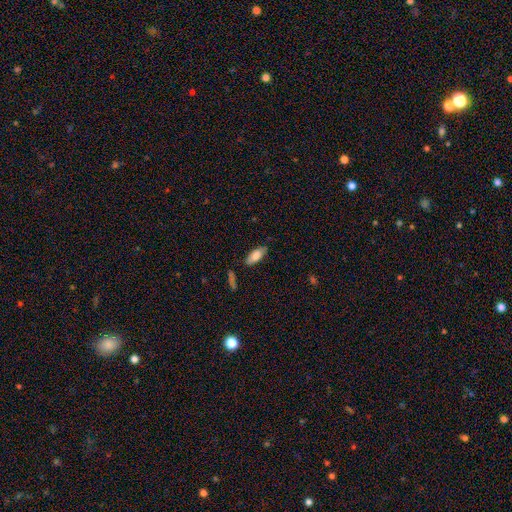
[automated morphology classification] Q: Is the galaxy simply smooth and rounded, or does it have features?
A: smooth — 77%.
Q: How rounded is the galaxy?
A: in between — 79%.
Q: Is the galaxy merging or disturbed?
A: none — 79%.